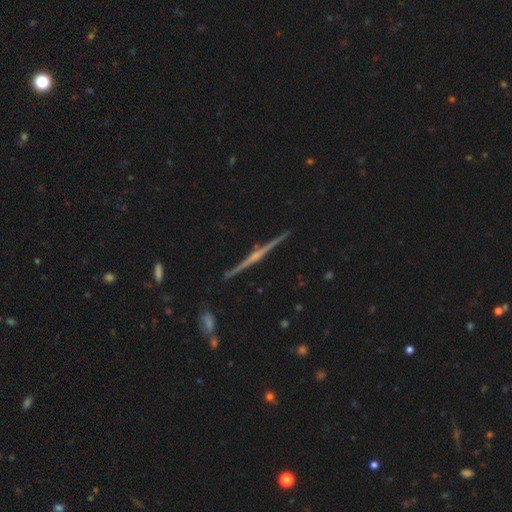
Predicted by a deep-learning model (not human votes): Smooth or featured? Predicted: featured or disk (p=0.87). Edge-on disk? Predicted: yes (p=0.99). Edge-on bulge? Predicted: rounded (p=0.81). Merging? Predicted: none (p=0.92).